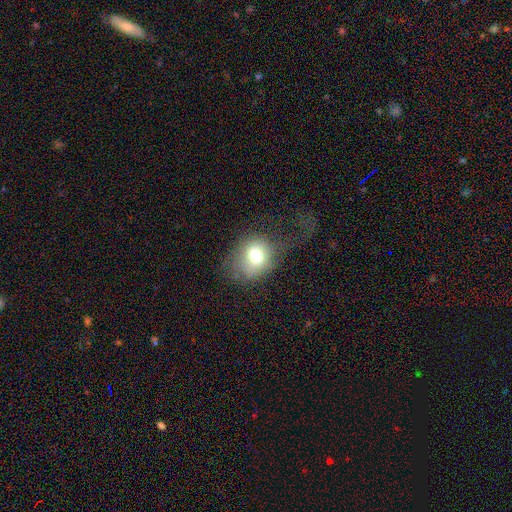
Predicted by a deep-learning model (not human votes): Morphology: type=smooth (72%); roundness=round (58%); merging=none (39%).